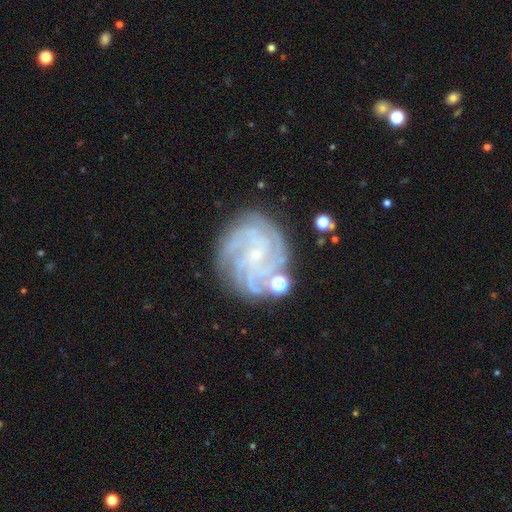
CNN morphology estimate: A featured or disk galaxy (85%) with no bar (68%), 4 (37%) tight (70%) spiral arms (98%) and a small central bulge (82%). Merging: none (77%).